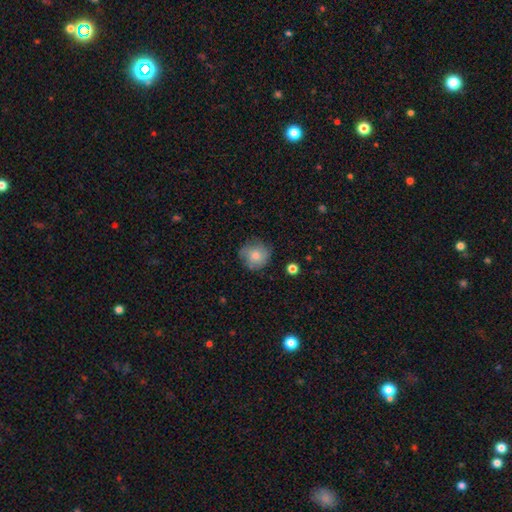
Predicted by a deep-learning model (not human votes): Smooth or featured?
  - smooth: 68% *
  - featured or disk: 23%
  - star or artifact: 9%
How rounded?
  - round: 88% *
  - in between: 11%
  - cigar-shaped: 1%
Merging?
  - none: 73% *
  - minor disturbance: 19%
  - major disturbance: 6%
  - merger: 2%